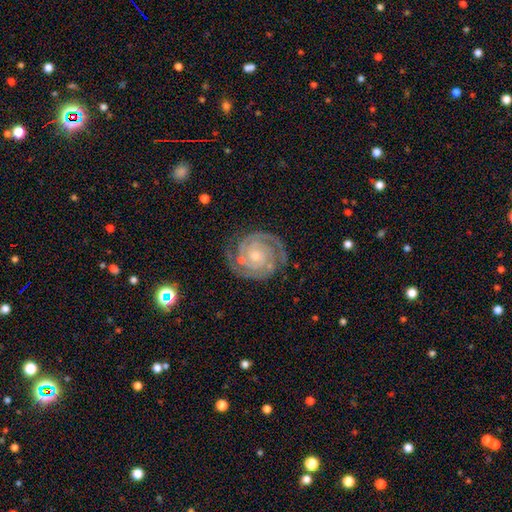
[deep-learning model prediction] This is clearly a featured or disk galaxy (91%). It is clearly not viewed edge-on (98%). Bar: likely no (68%). Spiral arm pattern: clearly yes (99%). Spiral arm count: likely 2 (79%). Spiral winding: likely tight (79%). Central bulge: likely small (65%). Merging: clearly none (82%).